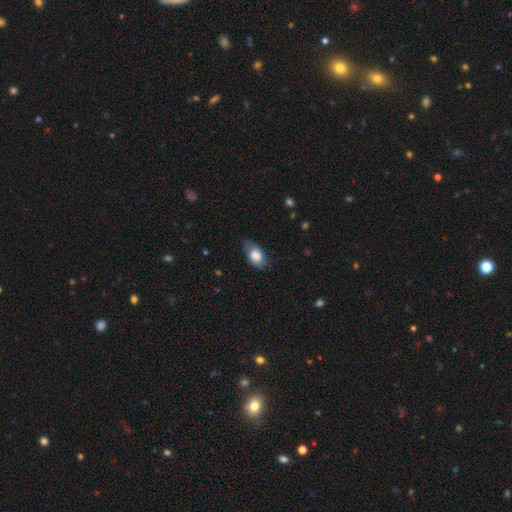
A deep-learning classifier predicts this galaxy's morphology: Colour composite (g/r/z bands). It shows a smooth galaxy with no disk features (80%) that is in between round and cigar-shaped (86%). Merging: none (66%).